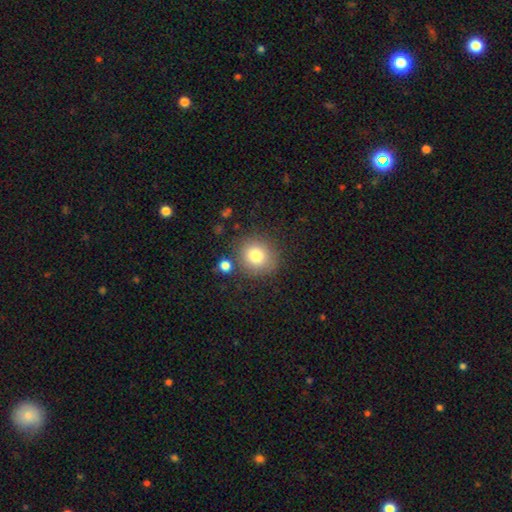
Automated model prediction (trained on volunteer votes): Morphology: type=smooth (80%); roundness=round (88%); merging=none (80%).